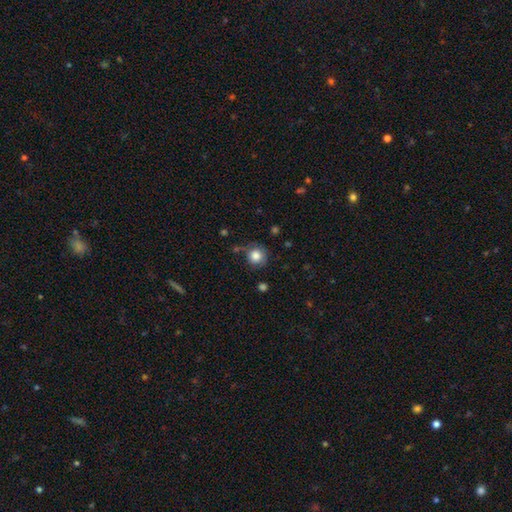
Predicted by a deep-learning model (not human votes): The model was most divided on "merging": none: 72%, minor disturbance: 18%, major disturbance: 6%, merger: 4%. More confident: how rounded — round (91%); smooth or featured — smooth (83%).